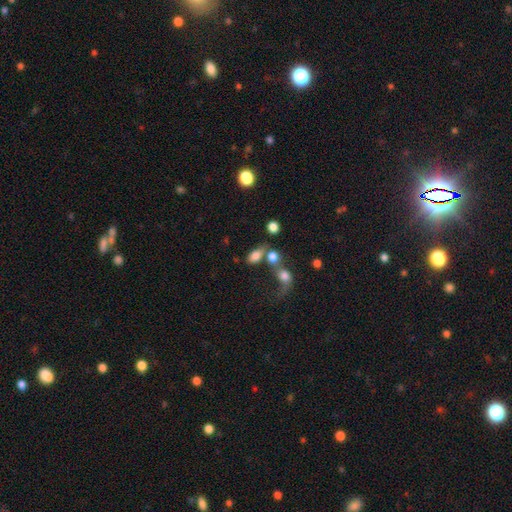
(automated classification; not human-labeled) A smooth galaxy with no disk features (77%) that is in between round and cigar-shaped (83%). Merging: merger (40%).